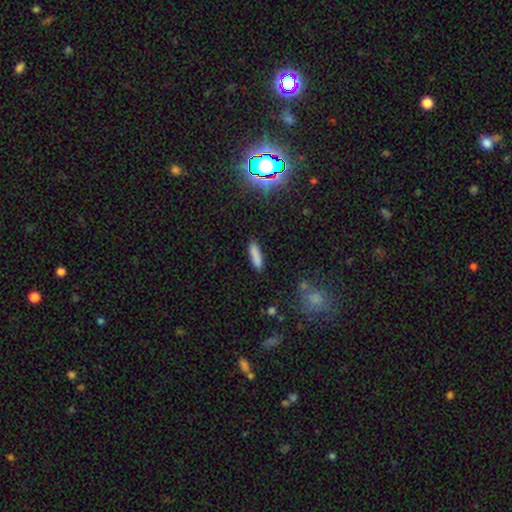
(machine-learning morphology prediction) smooth 85%, star or artifact 8%, featured or disk 6%. Down the decision tree: how rounded — cigar-shaped (68%); merging — none (87%).